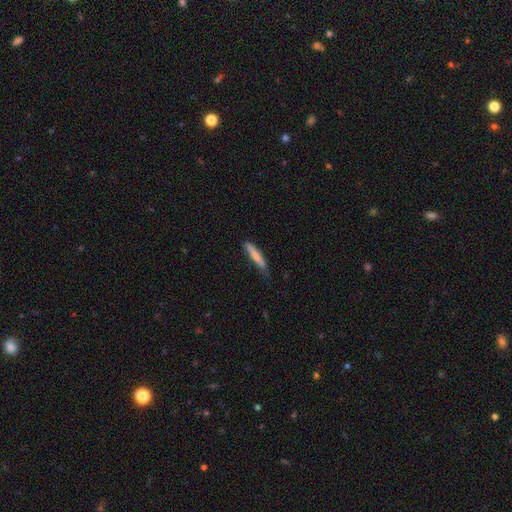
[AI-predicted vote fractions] A smooth galaxy with no disk features (74%) that is cigar-shaped (90%). Merging: none (70%).